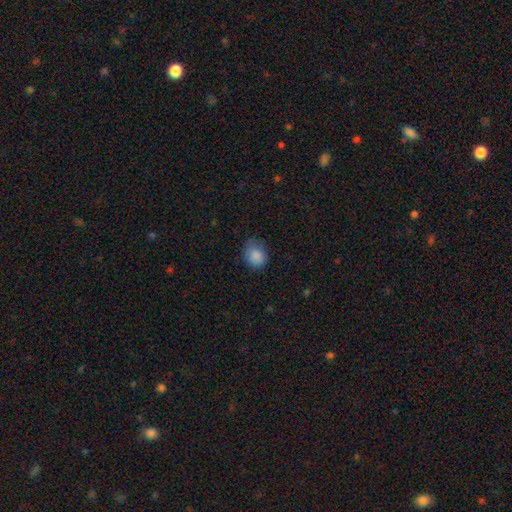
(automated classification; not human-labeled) This is clearly a smooth galaxy (87%). How rounded: likely round (64%). Merging: likely none (64%).